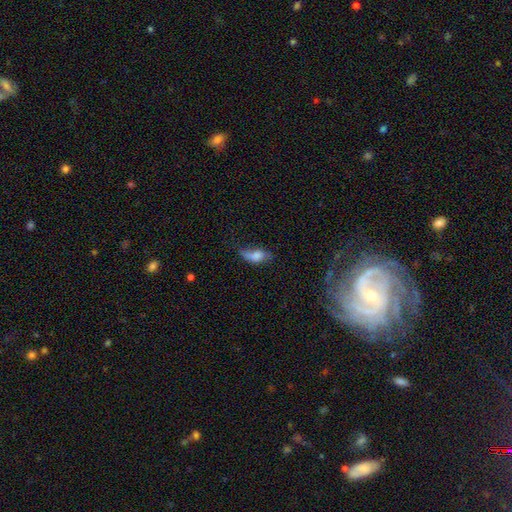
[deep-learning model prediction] smooth-or-featured: smooth: 56% | featured or disk: 34% | star or artifact: 9%
  how-rounded: in between: 80% | cigar-shaped: 13% | round: 7%
  merging: none: 40% | minor disturbance: 33% | major disturbance: 23% | merger: 4%